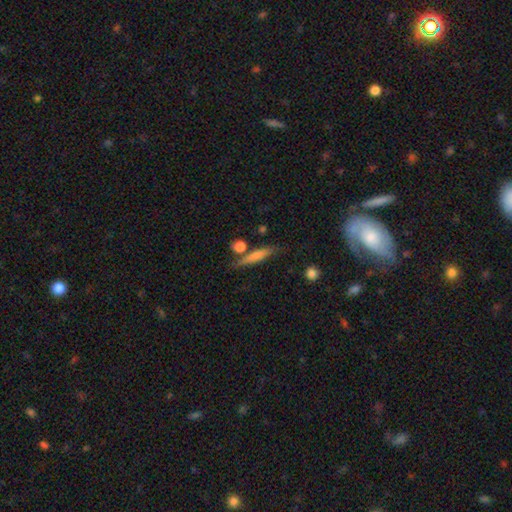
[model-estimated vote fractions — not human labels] Overall: smooth (64%; featured or disk 29%). How rounded: cigar-shaped (81%). Merging: none (72%).